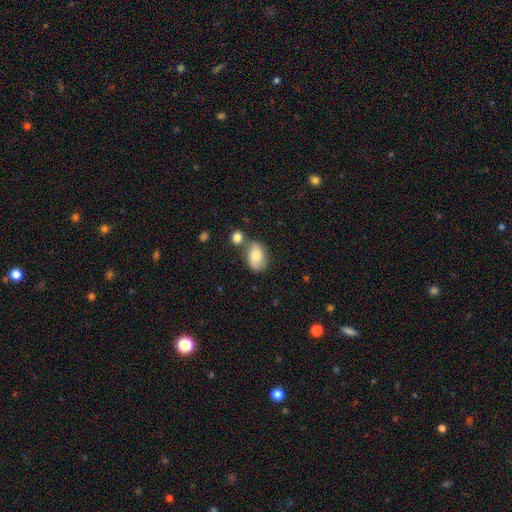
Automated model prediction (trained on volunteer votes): A smooth galaxy with no disk features (61%) that is in between round and cigar-shaped (81%).

Vote fractions:
- Smooth or featured? smooth: 61% / featured or disk: 30% / star or artifact: 9%
- How rounded? in between: 81% / round: 18% / cigar-shaped: 2%
- Merging? none: 54% / minor disturbance: 21% / merger: 19% / major disturbance: 7%